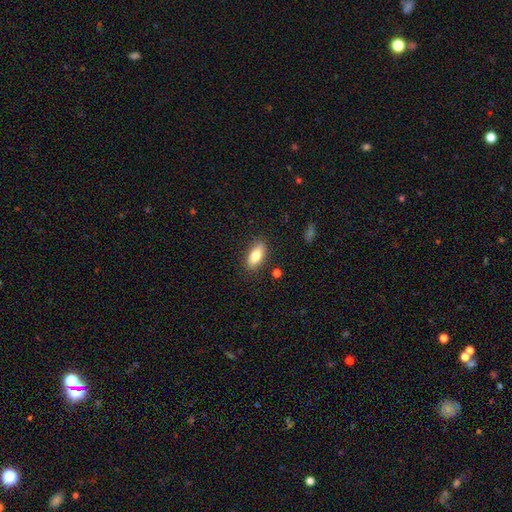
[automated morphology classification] Smooth or featured?
  - smooth: 77% *
  - featured or disk: 16%
  - star or artifact: 7%
How rounded?
  - in between: 81% *
  - cigar-shaped: 15%
  - round: 3%
Merging?
  - none: 86% *
  - minor disturbance: 10%
  - major disturbance: 2%
  - merger: 2%